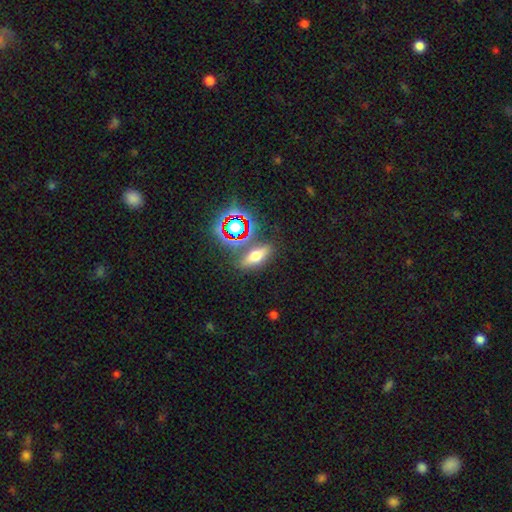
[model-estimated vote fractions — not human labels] This is possibly a smooth galaxy (46%). Merging: likely none (79%).